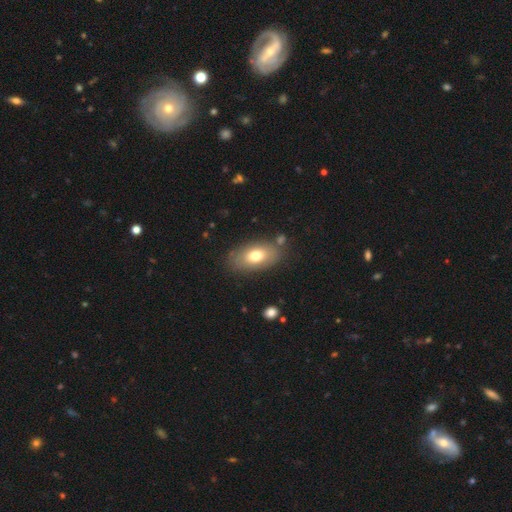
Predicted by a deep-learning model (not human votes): Smooth or featured? smooth (72%)
How rounded? in between (91%)
Merging? none (79%)